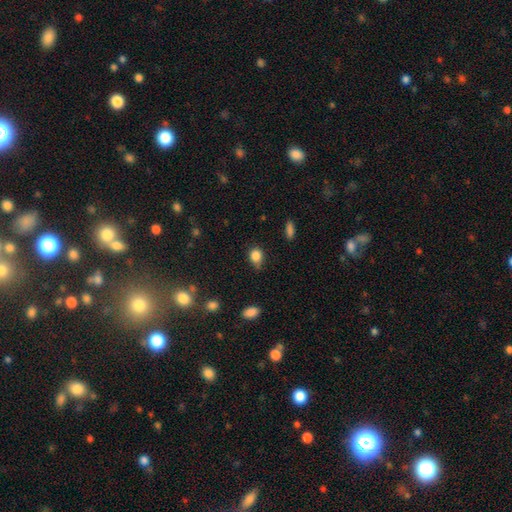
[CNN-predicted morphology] A smooth galaxy with no disk features (84%) that is round (53%).

Vote fractions:
- Smooth or featured? smooth: 84% / star or artifact: 10% / featured or disk: 6%
- How rounded? round: 53% / in between: 46% / cigar-shaped: 2%
- Merging? none: 55% / minor disturbance: 35% / major disturbance: 7% / merger: 3%